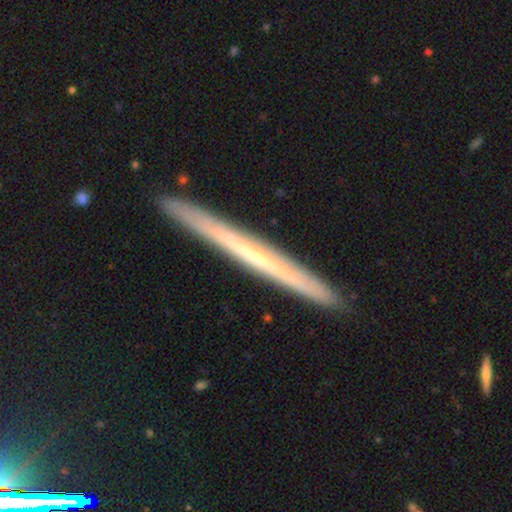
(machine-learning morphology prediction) Smooth or featured: featured or disk — 61% (smooth — 32%)
Edge-on disk: yes — 96% (no — 4%)
Edge-on bulge: none — 84% (rounded — 12%)
Merging: none — 91% (minor disturbance — 6%)